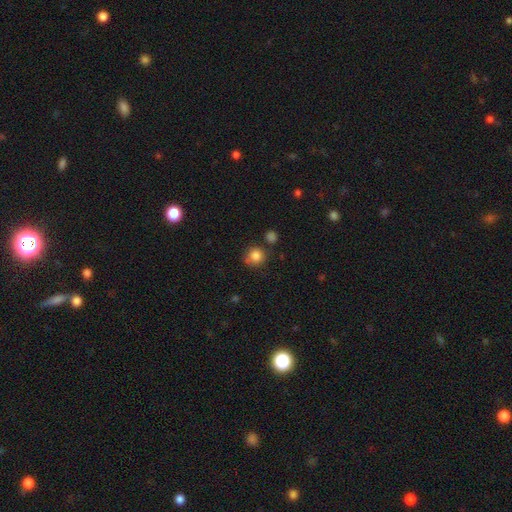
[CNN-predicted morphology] This is clearly a smooth galaxy (83%). How rounded: clearly round (90%). Merging: likely none (73%).